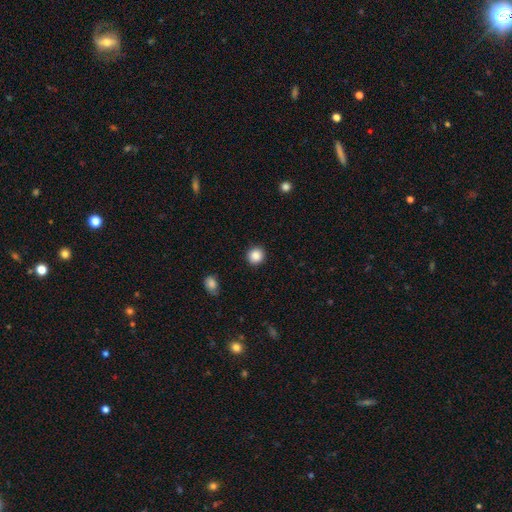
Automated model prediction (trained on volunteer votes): smooth_or_featured: smooth (p=0.87) [alt: star or artifact p=0.09]
how_rounded: round (p=0.92) [alt: in between p=0.07]
merging: none (p=0.92) [alt: minor disturbance p=0.05]